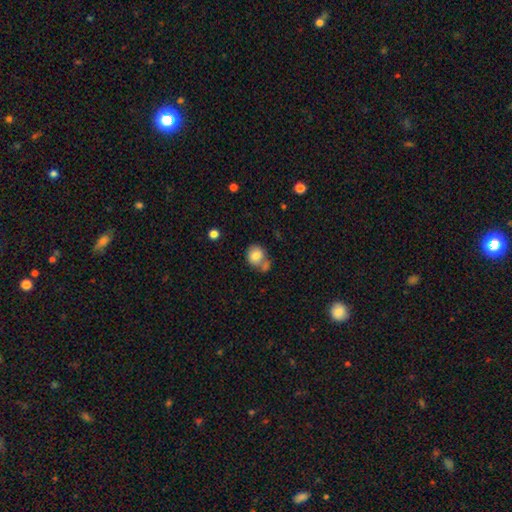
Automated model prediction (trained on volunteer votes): This appears to be a smooth galaxy with no disk features (80%) that is round (62%). Merging: none (40%).